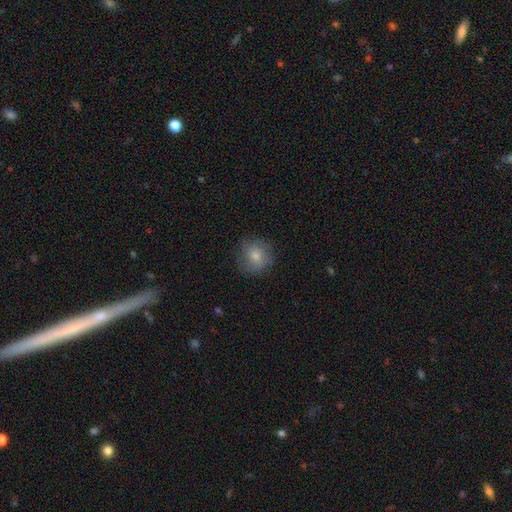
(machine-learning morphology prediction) Smooth or featured?
  - smooth: 65% *
  - featured or disk: 22%
  - star or artifact: 12%
How rounded?
  - round: 88% *
  - in between: 11%
  - cigar-shaped: 1%
Merging?
  - none: 80% *
  - minor disturbance: 14%
  - major disturbance: 5%
  - merger: 1%